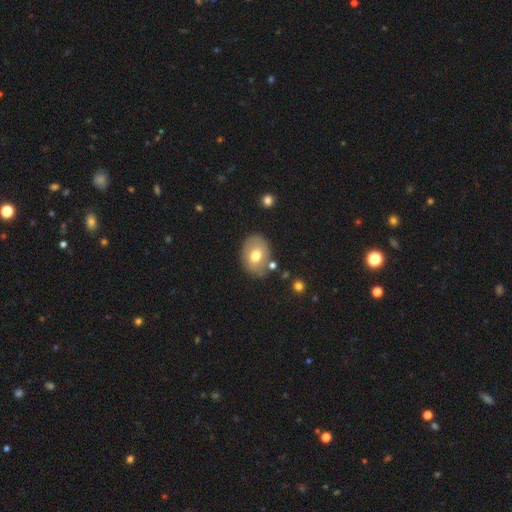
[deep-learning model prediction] Smooth or featured? Predicted: smooth (p=0.67). How rounded? Predicted: in between (p=0.66). Merging? Predicted: none (p=0.75).